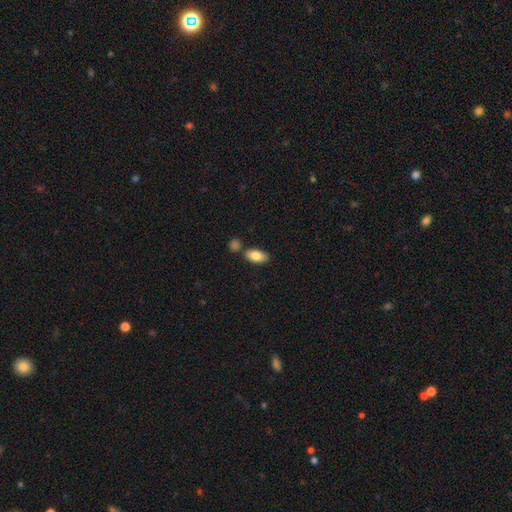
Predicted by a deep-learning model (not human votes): A smooth galaxy with no disk features (83%) that is in between round and cigar-shaped (92%). Merging: none (74%).